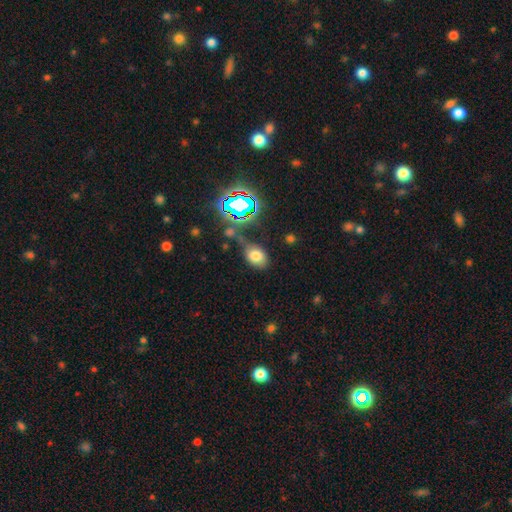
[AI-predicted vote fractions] This is likely a smooth galaxy (70%). How rounded: likely in between (73%). Merging: likely none (65%).